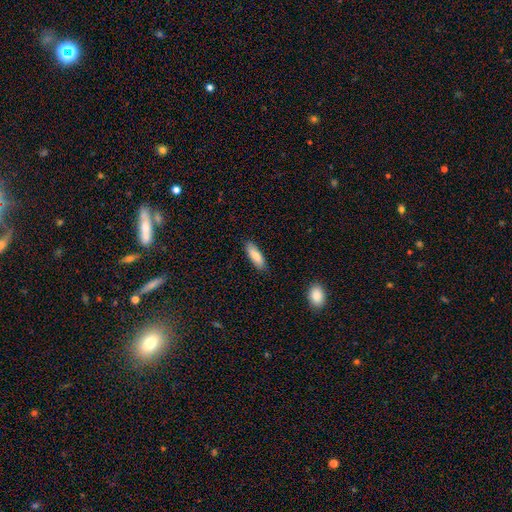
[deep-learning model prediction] This is clearly a smooth galaxy (85%). How rounded: possibly in between (54%). Merging: clearly none (86%).